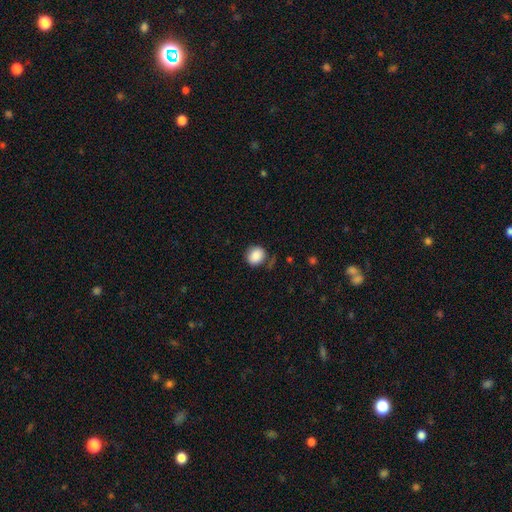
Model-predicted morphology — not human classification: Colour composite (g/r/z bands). It shows a smooth galaxy with no disk features (86%) that is round (77%). Merging: none (74%).